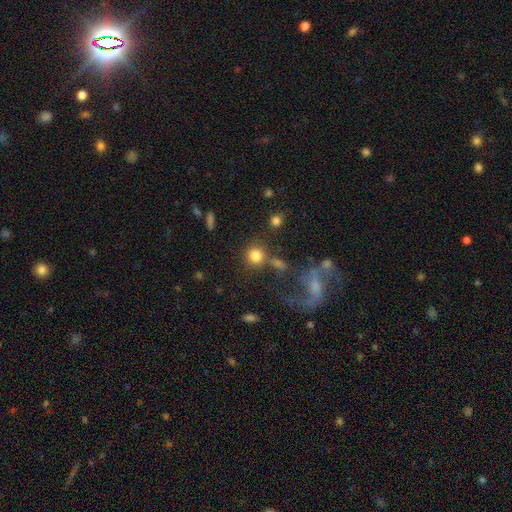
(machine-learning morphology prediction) smooth-or-featured: smooth: 80% | star or artifact: 11% | featured or disk: 9%
  how-rounded: round: 89% | in between: 10% | cigar-shaped: 1%
  merging: none: 68% | merger: 14% | minor disturbance: 10% | major disturbance: 7%